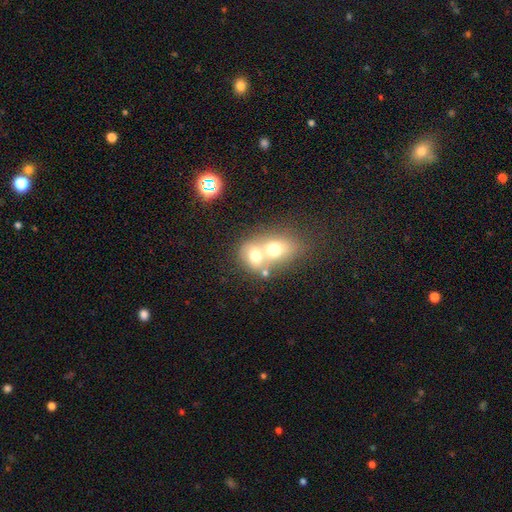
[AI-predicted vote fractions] smooth-or-featured: smooth: 66% | featured or disk: 23% | star or artifact: 11%
  how-rounded: round: 53% | in between: 46% | cigar-shaped: 1%
  merging: merger: 69% | none: 21% | minor disturbance: 6% | major disturbance: 4%